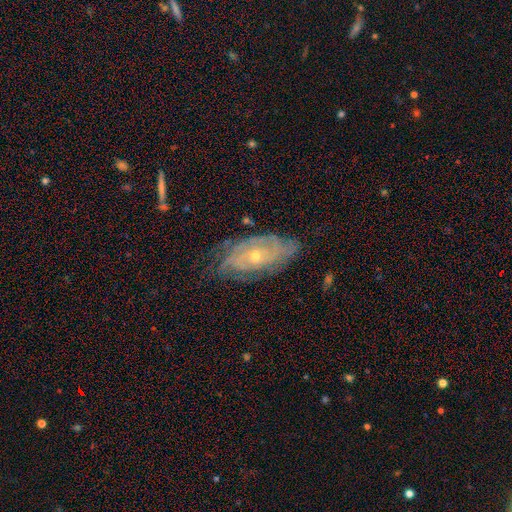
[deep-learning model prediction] A featured or disk galaxy (82%) with no bar (76%), tight (70%) spiral arms (90%) and a small central bulge (59%). Merging: none (70%).